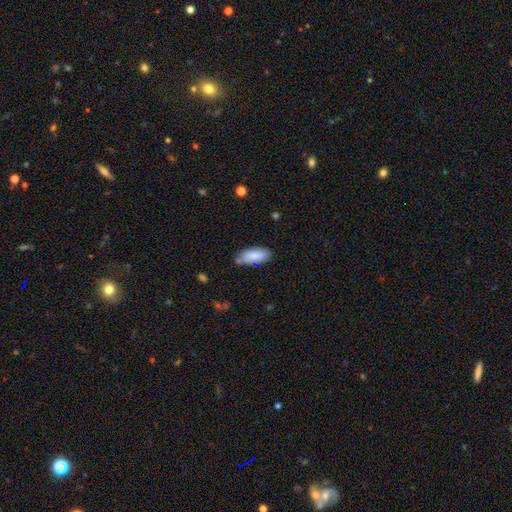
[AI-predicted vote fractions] Smooth or featured: smooth — 83% (featured or disk — 11%)
How rounded: in between — 82% (cigar-shaped — 17%)
Merging: none — 72% (minor disturbance — 19%)